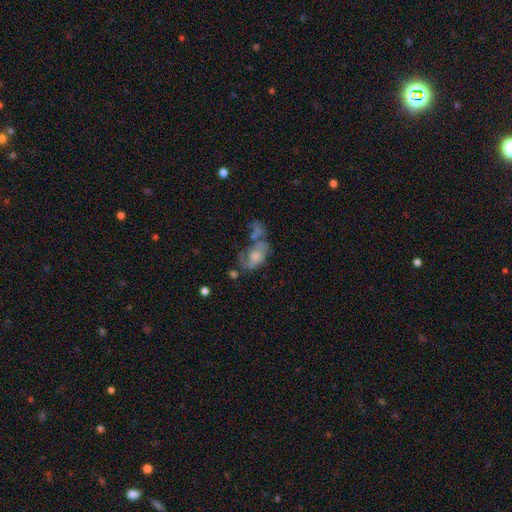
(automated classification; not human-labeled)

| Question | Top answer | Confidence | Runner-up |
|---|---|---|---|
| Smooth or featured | featured or disk | 55% | smooth (35%) |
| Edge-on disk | no | 96% | yes (4%) |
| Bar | no | 77% | weak (19%) |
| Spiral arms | yes | 63% | no (37%) |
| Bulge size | moderate | 40% | small (25%) |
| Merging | merger | 32% | major disturbance (29%) |